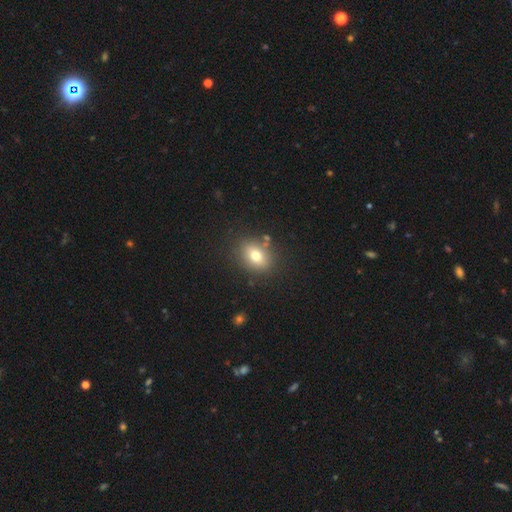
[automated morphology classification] type=smooth (75%); roundness=in between (64%); merging=none (81%).